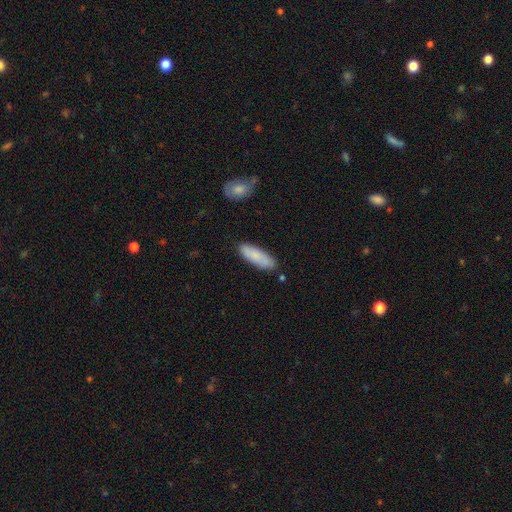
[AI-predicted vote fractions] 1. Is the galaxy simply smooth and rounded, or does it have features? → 81% smooth, 13% featured or disk, 6% star or artifact.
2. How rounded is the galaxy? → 54% in between, 45% cigar-shaped, 2% round.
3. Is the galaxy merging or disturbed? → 82% none, 13% minor disturbance, 3% merger, 2% major disturbance.